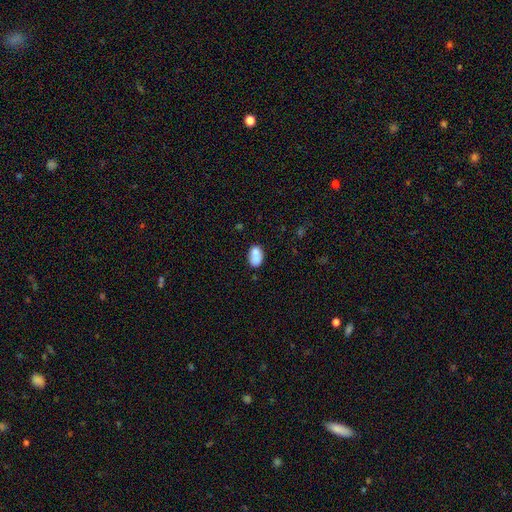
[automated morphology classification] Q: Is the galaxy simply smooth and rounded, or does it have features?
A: smooth — 81%.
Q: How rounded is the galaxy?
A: in between — 88%.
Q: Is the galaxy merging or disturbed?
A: none — 57%.